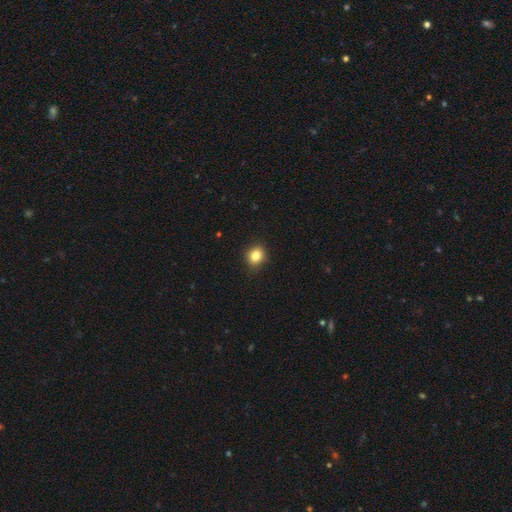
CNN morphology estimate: Smooth or featured?
  - smooth: 84% *
  - star or artifact: 11%
  - featured or disk: 5%
How rounded?
  - round: 76% *
  - in between: 23%
  - cigar-shaped: 1%
Merging?
  - none: 88% *
  - minor disturbance: 9%
  - major disturbance: 2%
  - merger: 1%